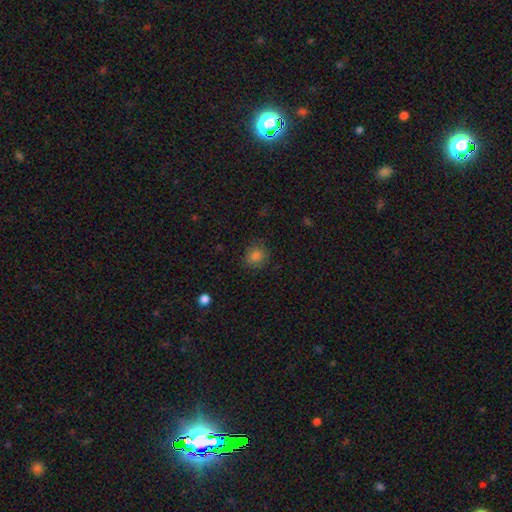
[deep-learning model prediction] A smooth galaxy with no disk features (82%) that is round (79%). Merging: none (82%).